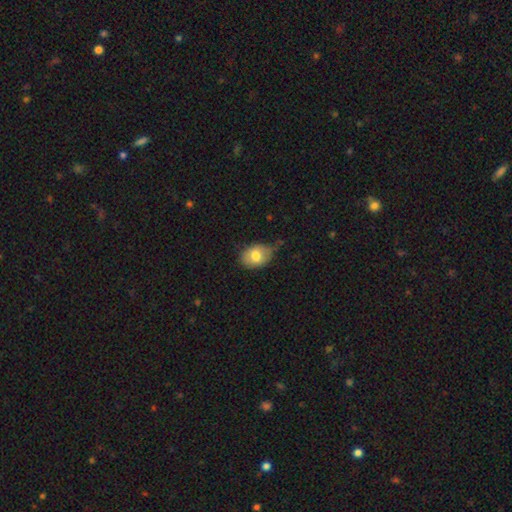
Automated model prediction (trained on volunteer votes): A smooth galaxy with no disk features (76%) that is in between round and cigar-shaped (76%). Merging: none (58%).